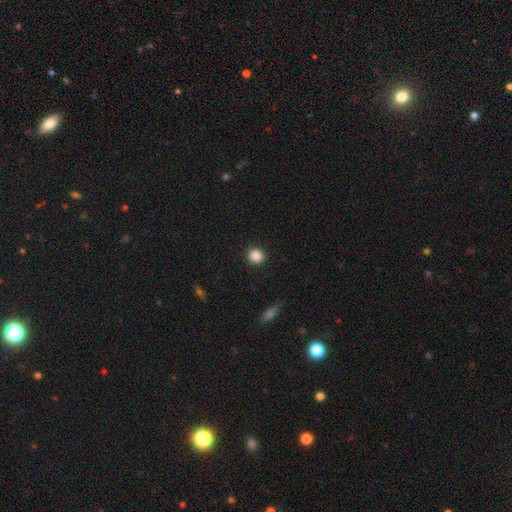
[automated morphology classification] Smooth or featured? smooth (87%)
How rounded? round (90%)
Merging? none (91%)